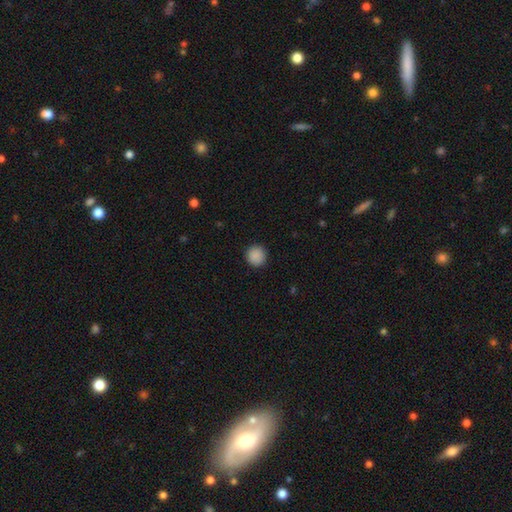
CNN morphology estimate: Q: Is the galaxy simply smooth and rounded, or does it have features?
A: smooth — 89%.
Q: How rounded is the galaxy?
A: round — 95%.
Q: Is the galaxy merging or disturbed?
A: none — 92%.